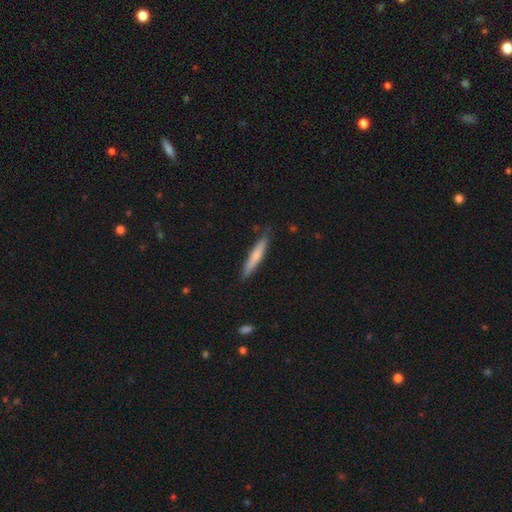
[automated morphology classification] The model was most divided on "smooth or featured": smooth: 67%, featured or disk: 27%, star or artifact: 5%. More confident: how rounded — cigar-shaped (94%); merging — none (85%).